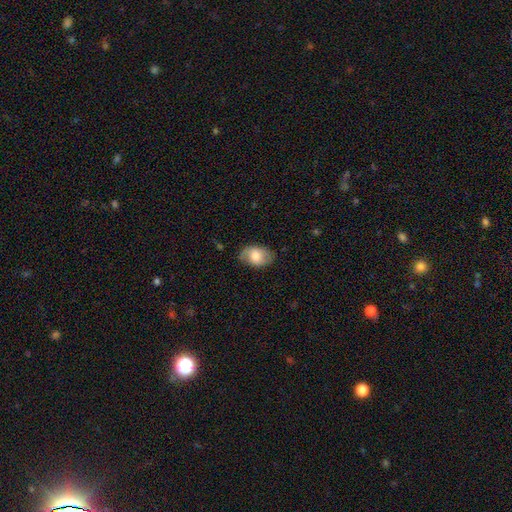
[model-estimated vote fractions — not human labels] Smooth or featured? Predicted: smooth (p=0.71). How rounded? Predicted: in between (p=0.85). Merging? Predicted: none (p=0.72).